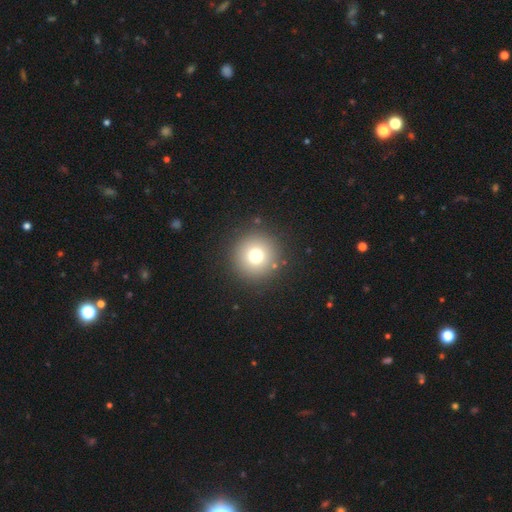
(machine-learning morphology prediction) smooth-or-featured: smooth: 74% | star or artifact: 15% | featured or disk: 11%
  how-rounded: round: 96% | in between: 3% | cigar-shaped: 1%
  merging: none: 90% | minor disturbance: 5% | major disturbance: 3% | merger: 2%